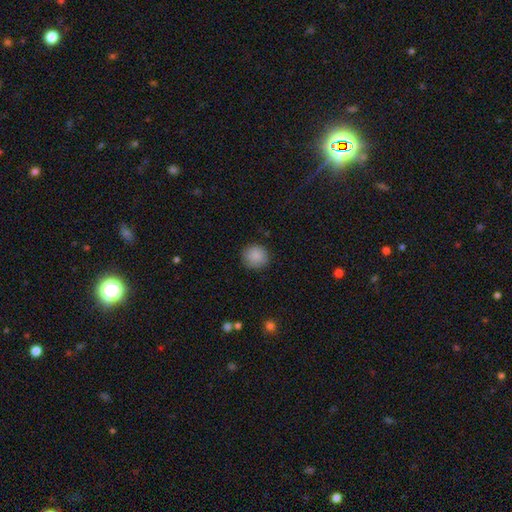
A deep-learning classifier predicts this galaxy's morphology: Smooth or featured: smooth — 86% (star or artifact — 8%)
How rounded: round — 92% (in between — 8%)
Merging: none — 88% (minor disturbance — 8%)